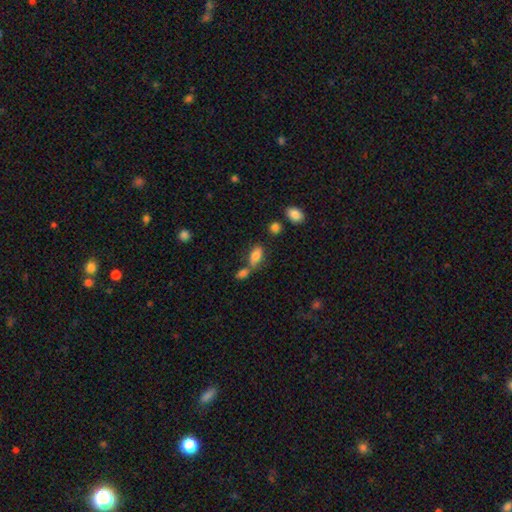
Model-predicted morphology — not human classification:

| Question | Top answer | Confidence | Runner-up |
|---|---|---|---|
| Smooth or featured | smooth | 81% | featured or disk (10%) |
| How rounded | in between | 88% | cigar-shaped (7%) |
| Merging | none | 47% | merger (35%) |